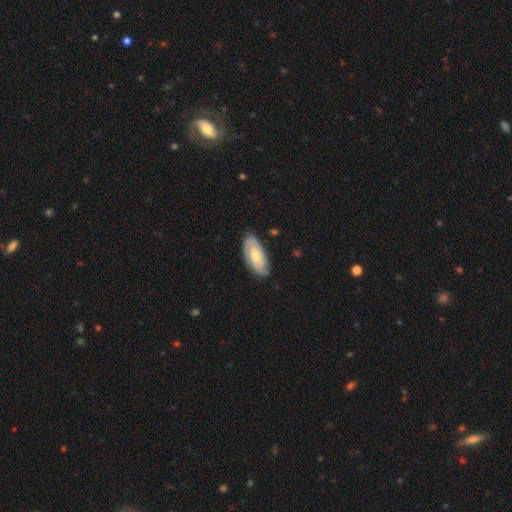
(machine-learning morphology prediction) Smooth or featured: featured or disk — 53% (smooth — 42%)
Edge-on disk: no — 90% (yes — 10%)
Merging: none — 79% (minor disturbance — 17%)